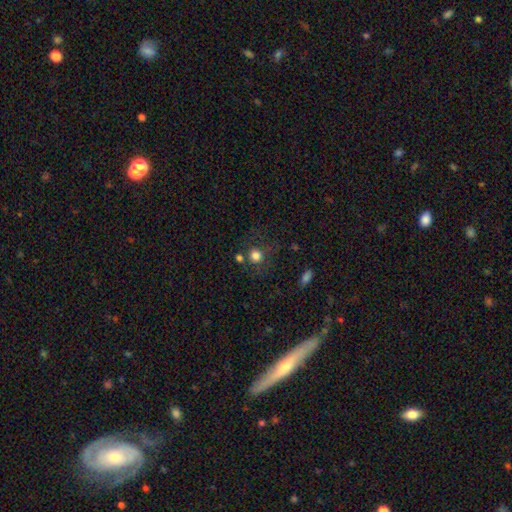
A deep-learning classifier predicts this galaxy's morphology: Q: Smooth or featured?
A: smooth (77%); runner-up: star or artifact (14%)
Q: How rounded?
A: round (90%); runner-up: in between (9%)
Q: Merging?
A: none (69%); runner-up: minor disturbance (13%)